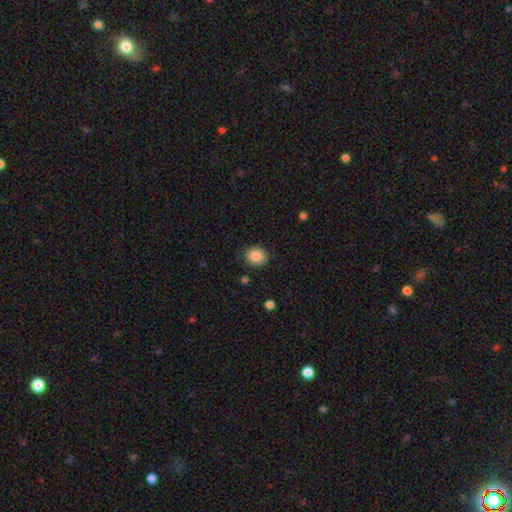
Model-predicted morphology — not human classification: smooth 86%, star or artifact 9%, featured or disk 4%. Down the decision tree: how rounded — round (74%); merging — none (82%).